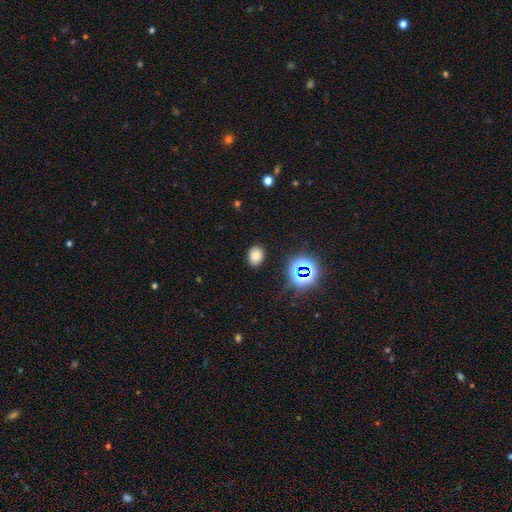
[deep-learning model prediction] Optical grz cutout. It shows a smooth galaxy with no disk features (73%) that is in between round and cigar-shaped (58%). Merging: none (85%).